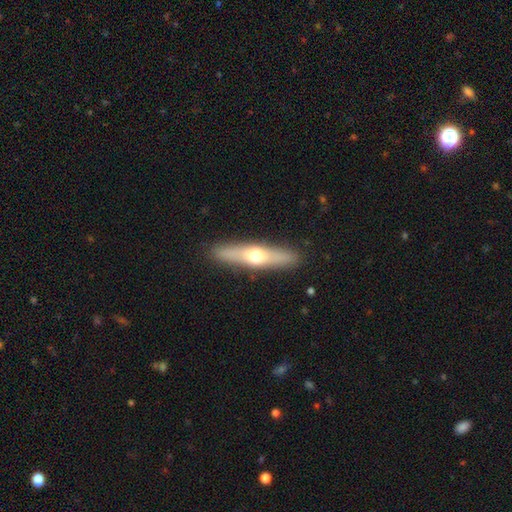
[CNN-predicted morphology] smooth 47% (tied), featured or disk 47% (tied), star or artifact 6%. Down the decision tree: merging — none (89%).